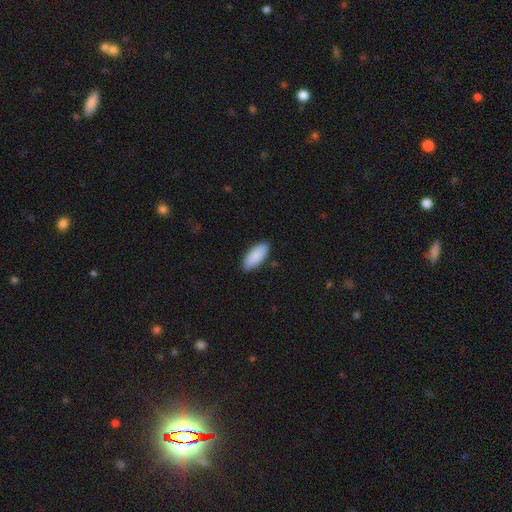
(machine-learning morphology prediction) This appears to be a smooth galaxy with no disk features (90%) that is in between round and cigar-shaped (85%). Merging: none (88%).